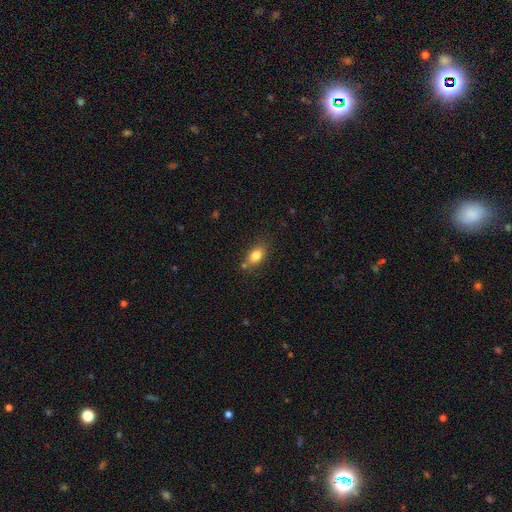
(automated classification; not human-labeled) The model was most divided on "merging": none: 73%, minor disturbance: 15%, merger: 7%, major disturbance: 4%. More confident: how rounded — in between (86%); smooth or featured — smooth (84%).